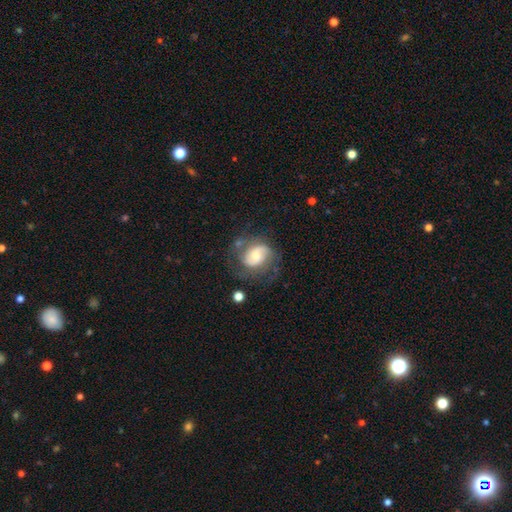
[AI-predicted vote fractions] Smooth or featured? Predicted: featured or disk (p=0.64). Edge-on disk? Predicted: no (p=0.97). Bar? Predicted: no (p=0.54). Spiral arms? Predicted: yes (p=0.86). Spiral winding? Predicted: medium (p=0.46). Spiral arm count? Predicted: 2 (p=0.69). Bulge size? Predicted: moderate (p=0.48). Merging? Predicted: none (p=0.52).